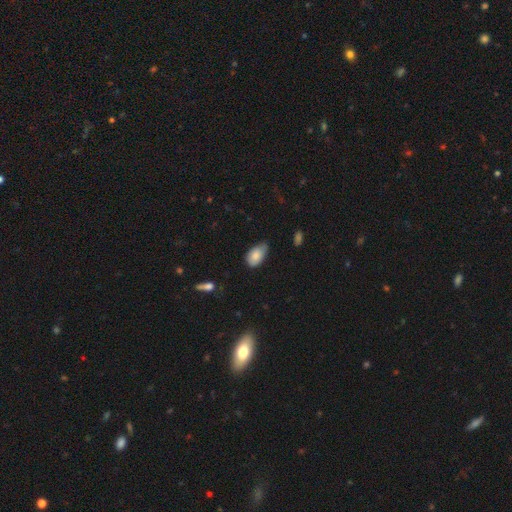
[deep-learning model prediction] Morphology: type=smooth (81%); roundness=in between (92%); merging=none (49%).